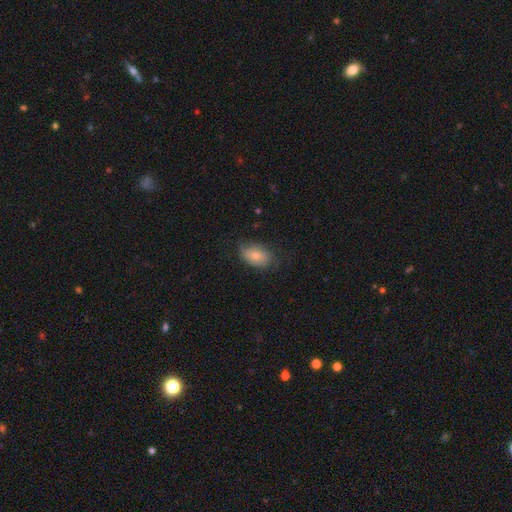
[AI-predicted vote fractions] This appears to be a smooth galaxy with no disk features (75%) that is in between round and cigar-shaped (89%). Merging: none (67%).